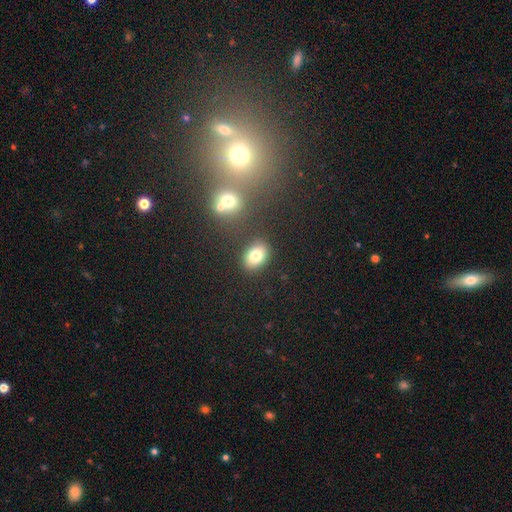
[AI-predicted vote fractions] A smooth galaxy with no disk features (80%) that is in between round and cigar-shaped (72%). Merging: none (83%).